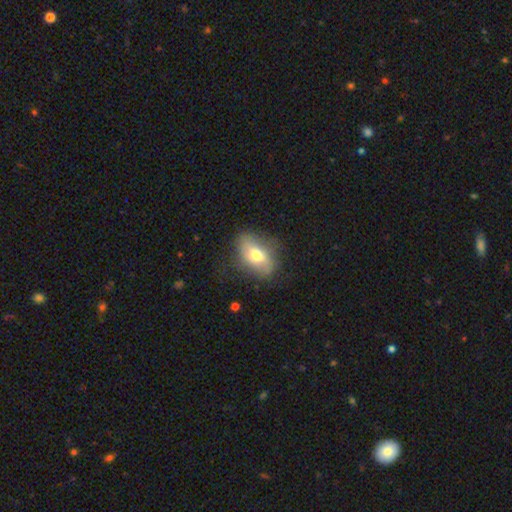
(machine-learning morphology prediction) A smooth galaxy with no disk features (58%) that is in between round and cigar-shaped (83%). Merging: none (67%).